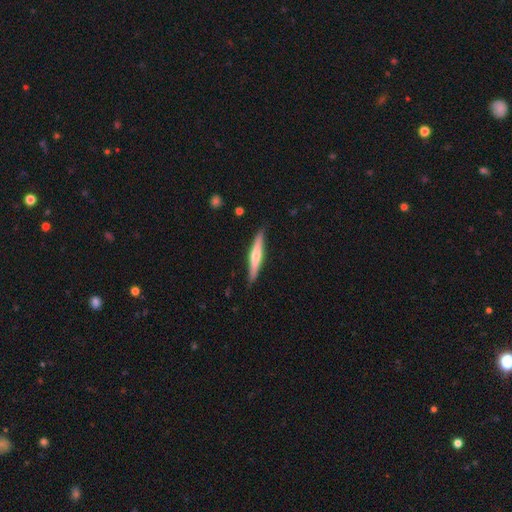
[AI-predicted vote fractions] Smooth or featured: featured or disk — 50% (smooth — 45%)
Edge-on disk: yes — 96% (no — 4%)
Merging: none — 89% (minor disturbance — 8%)